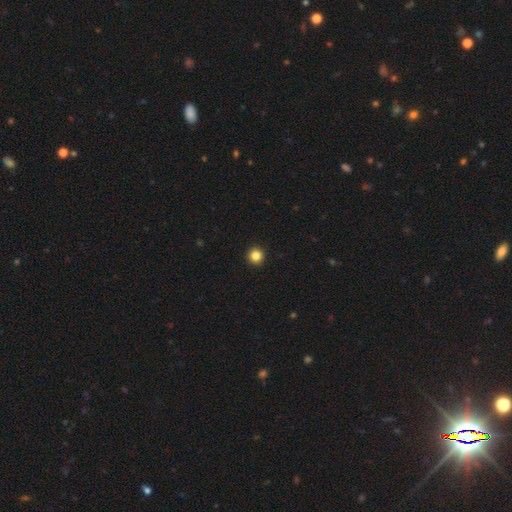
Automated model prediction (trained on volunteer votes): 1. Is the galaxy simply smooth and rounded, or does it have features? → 84% smooth, 12% star or artifact, 4% featured or disk.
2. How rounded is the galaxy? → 95% round, 4% in between, 1% cigar-shaped.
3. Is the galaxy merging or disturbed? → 94% none, 3% minor disturbance, 1% major disturbance, 1% merger.